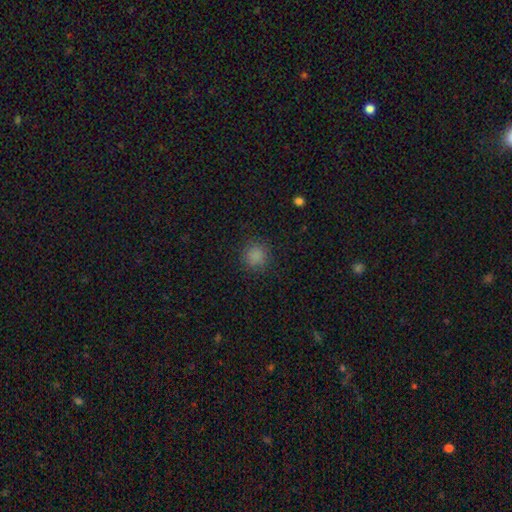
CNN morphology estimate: Smooth or featured? Predicted: smooth (p=0.84). How rounded? Predicted: round (p=0.92). Merging? Predicted: none (p=0.88).